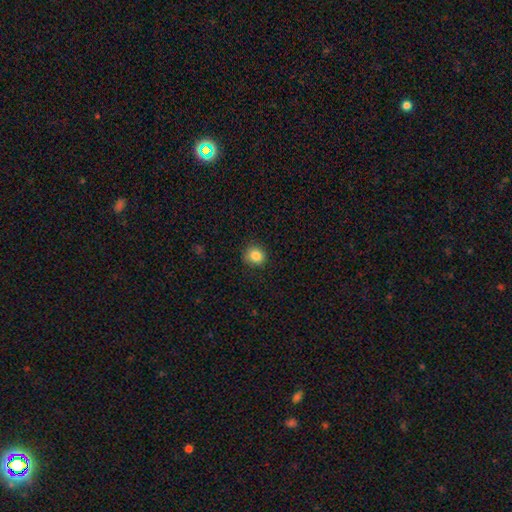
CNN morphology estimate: A smooth galaxy with no disk features (85%) that is round (89%). Merging: none (87%).